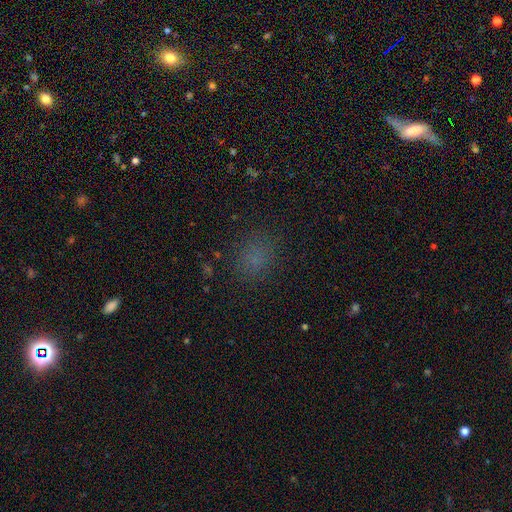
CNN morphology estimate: A smooth galaxy with no disk features (72%) that is round (70%).

Vote fractions:
- Smooth or featured? smooth: 72% / star or artifact: 23% / featured or disk: 6%
- How rounded? round: 70% / in between: 29% / cigar-shaped: 1%
- Merging? none: 84% / minor disturbance: 10% / major disturbance: 4% / merger: 1%